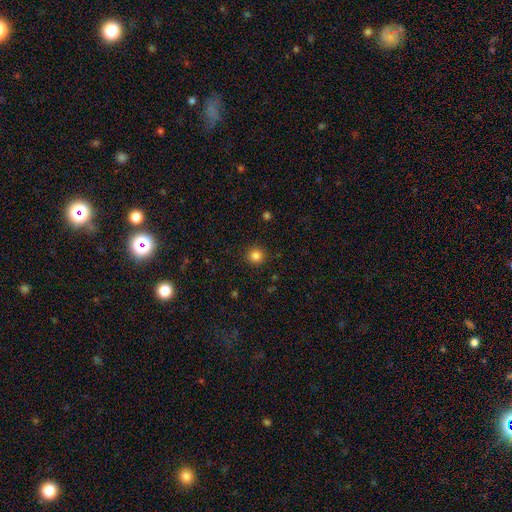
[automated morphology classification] Smooth or featured? Predicted: smooth (p=0.84). How rounded? Predicted: round (p=0.94). Merging? Predicted: none (p=0.92).